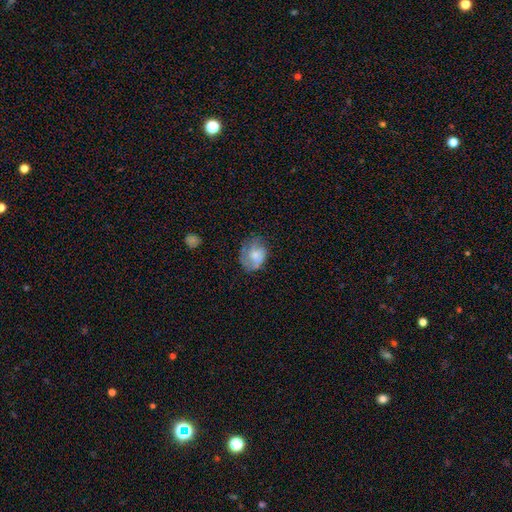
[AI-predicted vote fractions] Smooth or featured? Predicted: featured or disk (p=0.46, tied with smooth). Merging? Predicted: none (p=0.55).